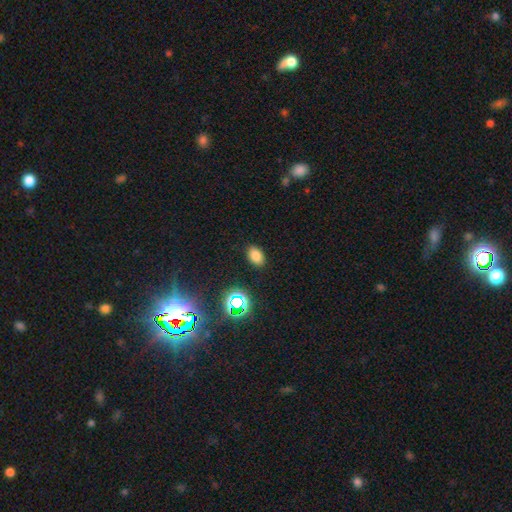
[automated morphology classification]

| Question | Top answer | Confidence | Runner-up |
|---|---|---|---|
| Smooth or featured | smooth | 77% | star or artifact (17%) |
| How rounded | in between | 85% | round (13%) |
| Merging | none | 87% | minor disturbance (9%) |